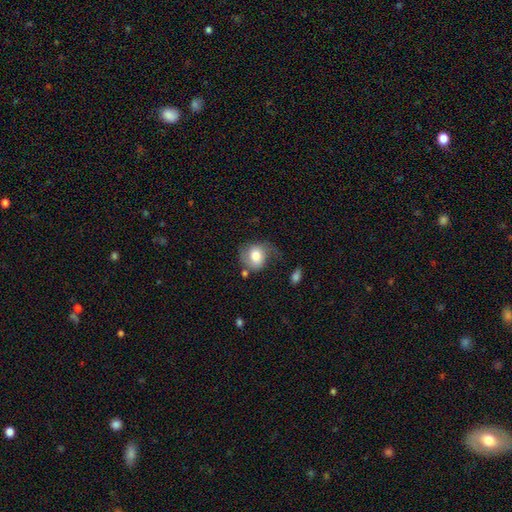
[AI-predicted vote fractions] smooth-or-featured: smooth: 61% | featured or disk: 31% | star or artifact: 8%
  how-rounded: round: 65% | in between: 34% | cigar-shaped: 1%
  merging: none: 46% | minor disturbance: 29% | major disturbance: 20% | merger: 5%